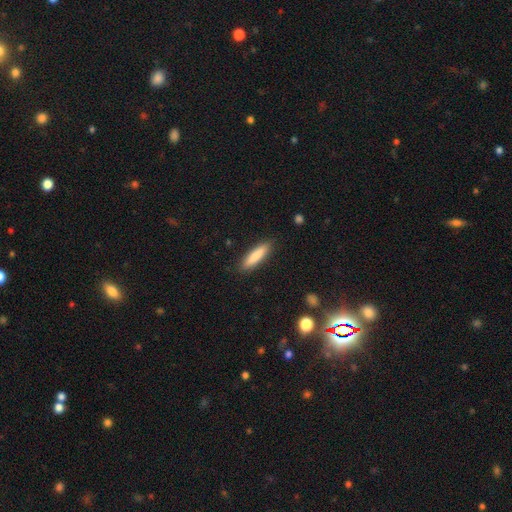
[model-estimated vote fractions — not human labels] Smooth or featured? smooth (84%)
How rounded? cigar-shaped (76%)
Merging? none (89%)